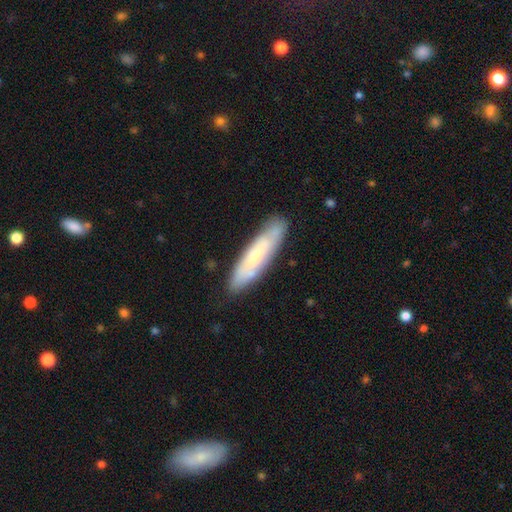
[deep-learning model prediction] A smooth galaxy with no disk features (56%) that is cigar-shaped (75%). Merging: none (81%).